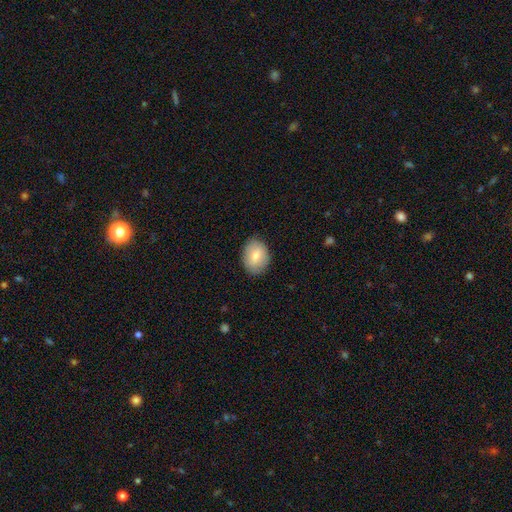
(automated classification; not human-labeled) A smooth galaxy with no disk features (78%) that is in between round and cigar-shaped (67%). Merging: none (83%).